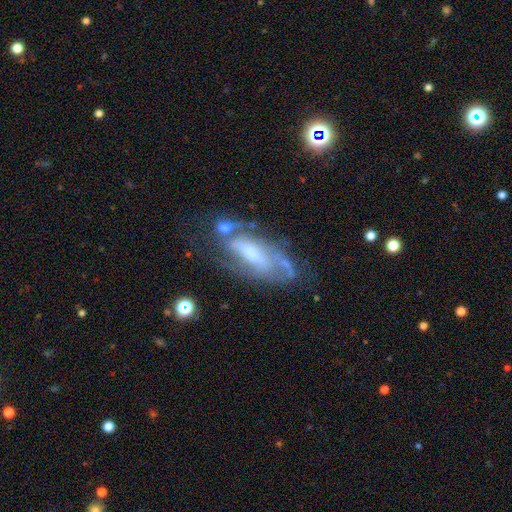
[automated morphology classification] A featured or disk galaxy (74%) with no bar (43%), spiral arms (79%) and a moderate central bulge (41%).

Vote fractions:
- Smooth or featured? featured or disk: 74% / smooth: 18% / star or artifact: 8%
- Edge-on disk? no: 85% / yes: 15%
- Bar? no: 43% / weak: 39% / strong: 18%
- Spiral arms? yes: 79% / no: 21%
- Bulge size? moderate: 41% / small: 31% / large: 13% / none: 13% / dominant: 2%
- Merging? none: 52% / minor disturbance: 22% / major disturbance: 16% / merger: 10%